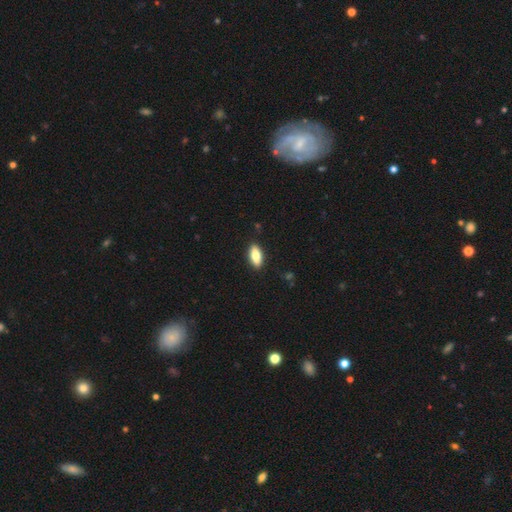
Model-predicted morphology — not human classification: smooth-or-featured: smooth: 80% | featured or disk: 13% | star or artifact: 7%
  how-rounded: in between: 82% | cigar-shaped: 16% | round: 3%
  merging: none: 88% | minor disturbance: 9% | major disturbance: 2% | merger: 1%